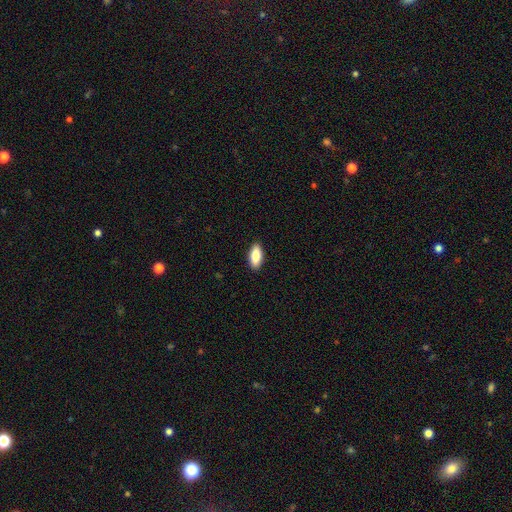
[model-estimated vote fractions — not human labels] smooth 83%, featured or disk 11%, star or artifact 6%. Down the decision tree: how rounded — in between (87%); merging — none (90%).